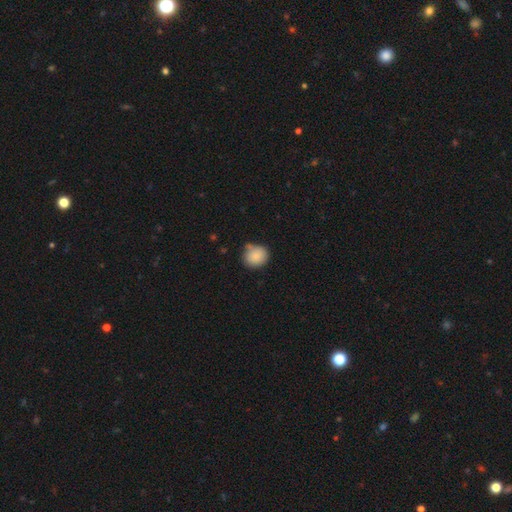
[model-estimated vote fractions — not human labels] Morphology: type=smooth (87%); roundness=round (76%); merging=none (70%).